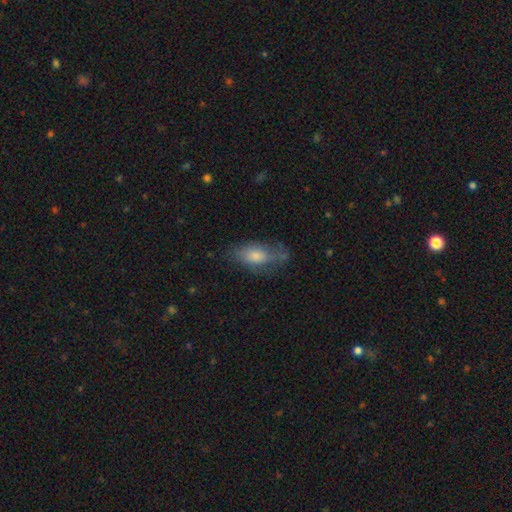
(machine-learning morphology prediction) The model was most divided on "merging": none: 56%, minor disturbance: 27%, major disturbance: 14%, merger: 3%. More confident: how rounded — in between (85%); smooth or featured — smooth (64%).